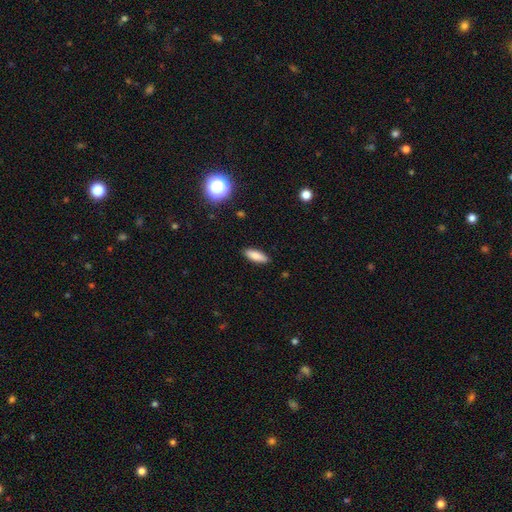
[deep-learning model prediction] Smooth or featured: smooth — 82% (featured or disk — 11%)
How rounded: in between — 59% (cigar-shaped — 39%)
Merging: none — 88% (minor disturbance — 9%)